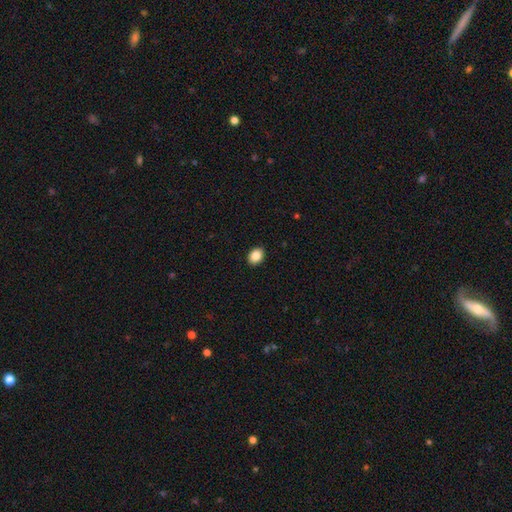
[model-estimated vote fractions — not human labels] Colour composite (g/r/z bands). It shows a smooth galaxy with no disk features (87%) that is in between round and cigar-shaped (62%). Merging: none (91%).